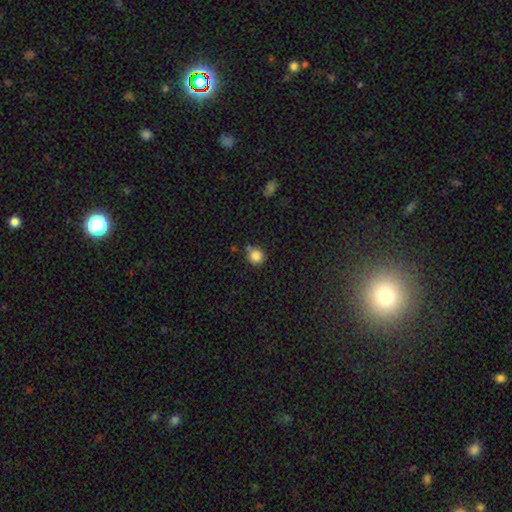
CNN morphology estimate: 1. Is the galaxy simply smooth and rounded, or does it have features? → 85% smooth, 11% star or artifact, 4% featured or disk.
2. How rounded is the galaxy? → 91% round, 8% in between, 1% cigar-shaped.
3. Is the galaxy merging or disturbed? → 75% none, 14% minor disturbance, 8% merger, 3% major disturbance.